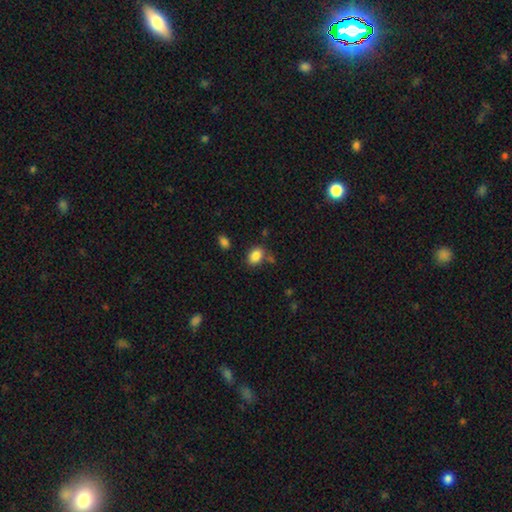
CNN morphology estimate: The model was most divided on "merging": none: 71%, minor disturbance: 15%, merger: 9%, major disturbance: 5%. More confident: smooth or featured — smooth (86%); how rounded — in between (79%).